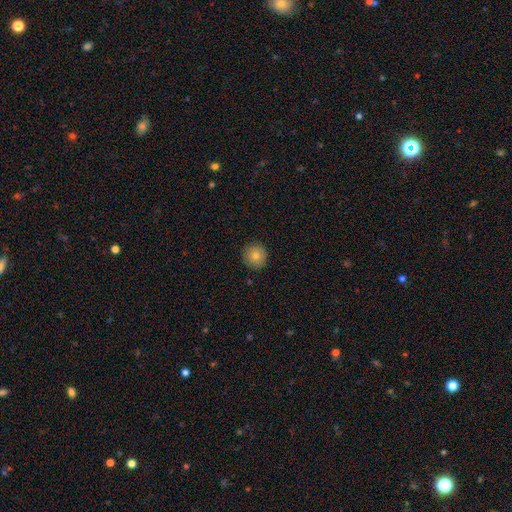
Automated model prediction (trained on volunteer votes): Smooth or featured?
  - smooth: 80% *
  - featured or disk: 10%
  - star or artifact: 10%
How rounded?
  - round: 95% *
  - in between: 4%
  - cigar-shaped: 1%
Merging?
  - none: 91% *
  - minor disturbance: 7%
  - major disturbance: 2%
  - merger: 1%